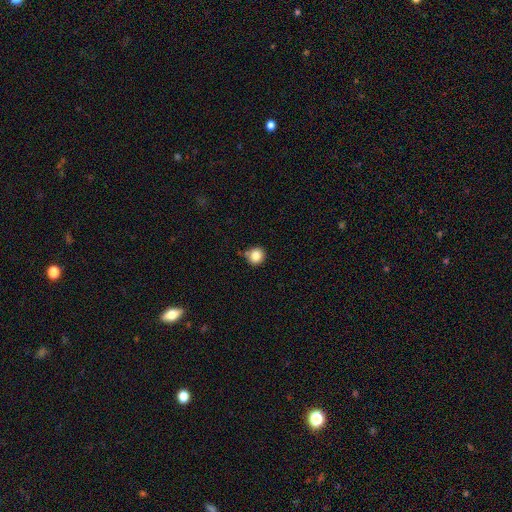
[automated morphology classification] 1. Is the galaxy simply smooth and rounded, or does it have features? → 84% smooth, 10% star or artifact, 6% featured or disk.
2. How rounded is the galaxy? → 90% round, 9% in between, 1% cigar-shaped.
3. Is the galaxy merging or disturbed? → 75% none, 15% minor disturbance, 6% merger, 3% major disturbance.